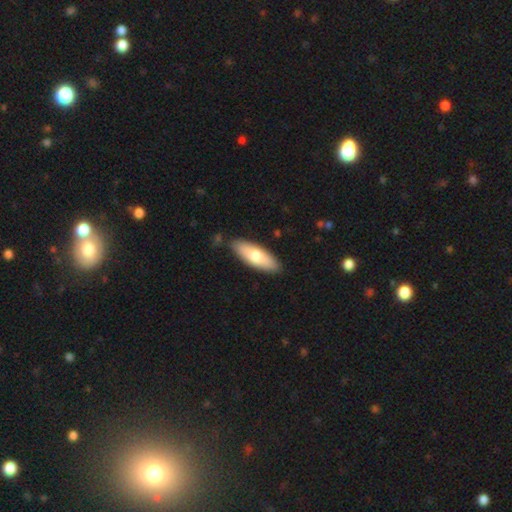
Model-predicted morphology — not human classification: smooth_or_featured: smooth (p=0.70) [alt: featured or disk p=0.25]
how_rounded: in between (p=0.62) [alt: cigar-shaped p=0.36]
merging: none (p=0.85) [alt: minor disturbance p=0.11]